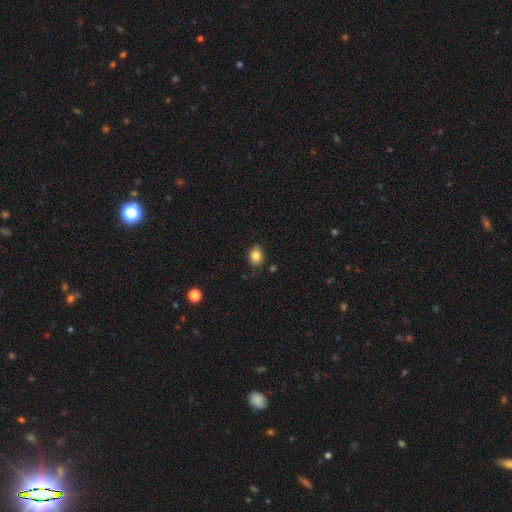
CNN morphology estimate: The model was most divided on "how rounded": round: 50%, in between: 49%, cigar-shaped: 1%. More confident: smooth or featured — smooth (84%); merging — none (79%).